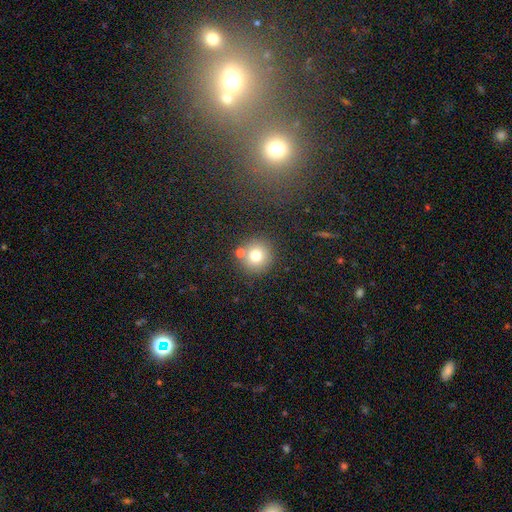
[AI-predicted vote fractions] This is likely a smooth galaxy (76%). How rounded: clearly round (93%). Merging: likely none (76%).